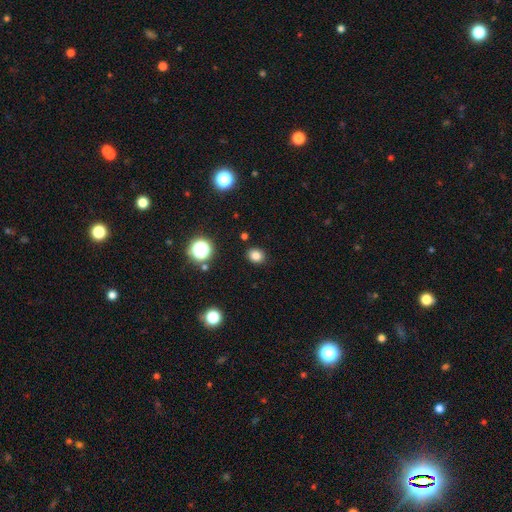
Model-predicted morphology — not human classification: Smooth or featured?
  - smooth: 81% *
  - star or artifact: 14%
  - featured or disk: 5%
How rounded?
  - round: 66% *
  - in between: 33%
  - cigar-shaped: 1%
Merging?
  - none: 89% *
  - minor disturbance: 7%
  - major disturbance: 2%
  - merger: 2%